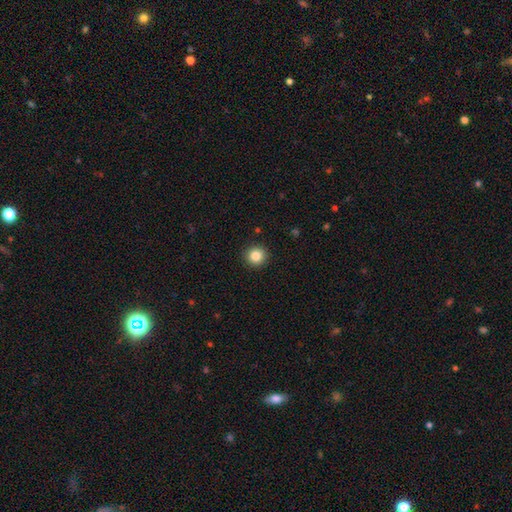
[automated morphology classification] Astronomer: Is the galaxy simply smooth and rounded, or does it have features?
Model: smooth — 85%.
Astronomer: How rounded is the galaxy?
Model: round — 94%.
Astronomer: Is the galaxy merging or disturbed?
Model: none — 92%.